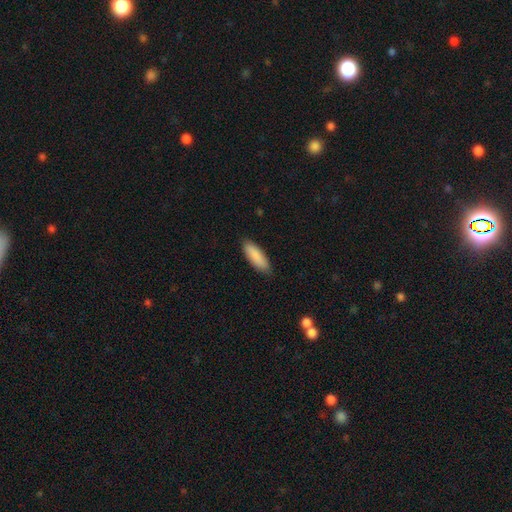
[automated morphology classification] Smooth or featured?
  - smooth: 88% *
  - featured or disk: 7%
  - star or artifact: 5%
How rounded?
  - in between: 58% *
  - cigar-shaped: 41%
  - round: 1%
Merging?
  - none: 85% *
  - minor disturbance: 12%
  - major disturbance: 2%
  - merger: 1%